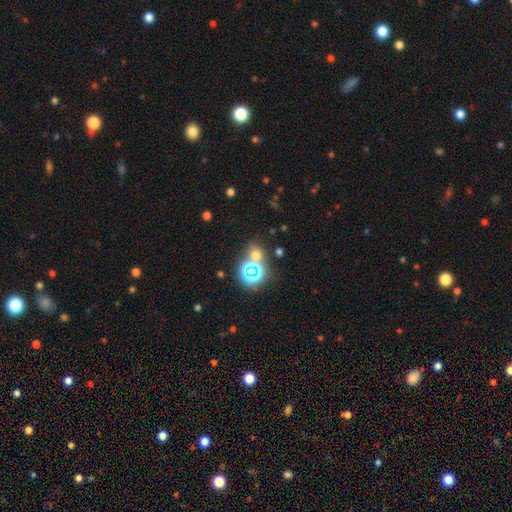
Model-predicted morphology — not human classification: smooth 51%, star or artifact 41%, featured or disk 8%. Down the decision tree: how rounded — round (79%); merging — none (68%).